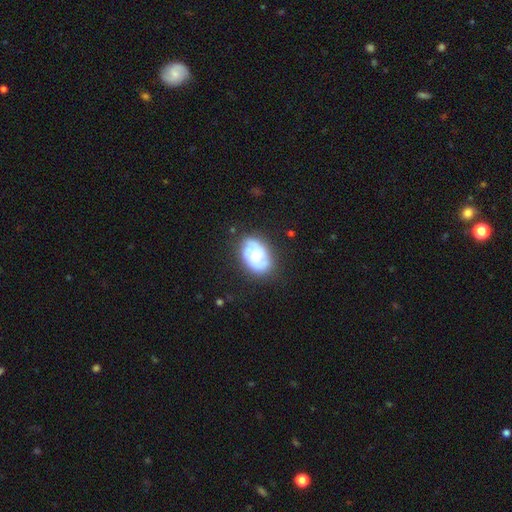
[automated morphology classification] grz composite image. It shows a featured or disk galaxy (58%) with no bar (71%), spiral arms (70%) and a moderate central bulge (68%). Merging: none (74%).